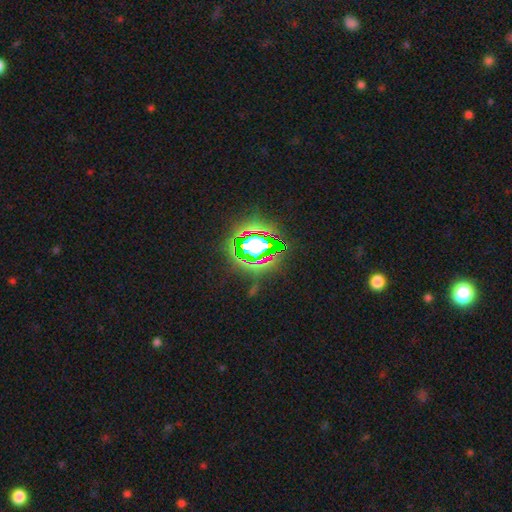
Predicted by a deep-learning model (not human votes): Smooth or featured? star or artifact (79%)